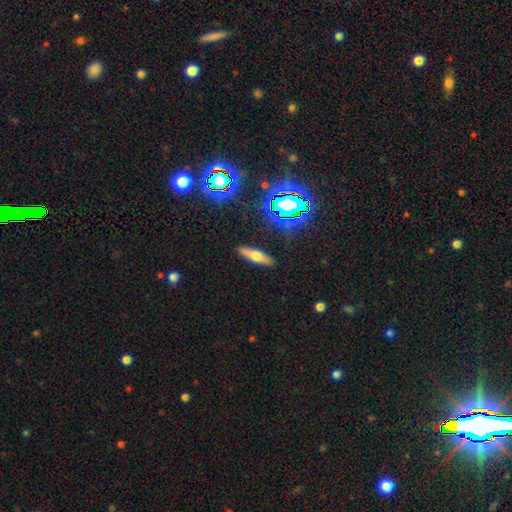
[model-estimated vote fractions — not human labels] Q: Smooth or featured?
A: smooth (48%); runner-up: featured or disk (37%)
Q: Merging?
A: none (88%); runner-up: minor disturbance (8%)